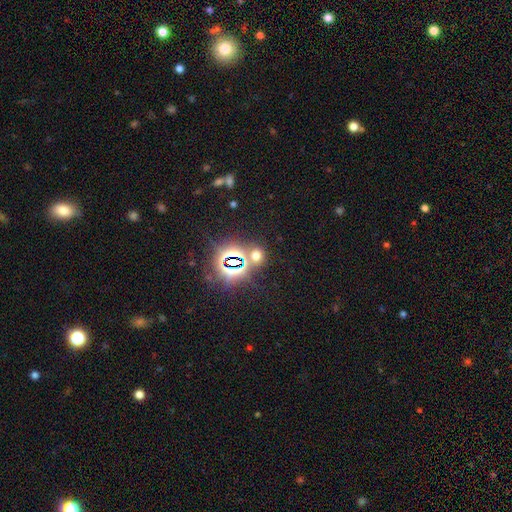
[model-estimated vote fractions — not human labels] Overall: star or artifact (50%; smooth 43%).